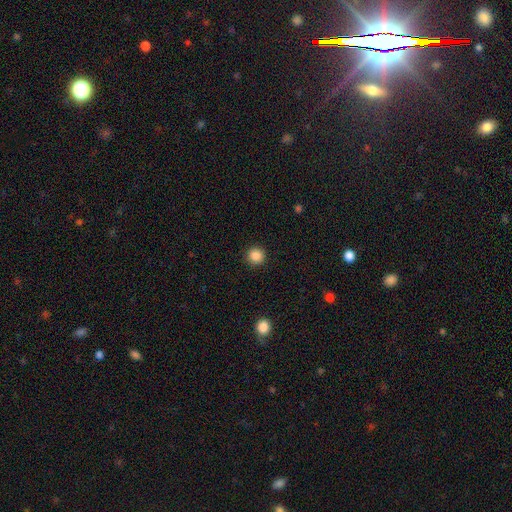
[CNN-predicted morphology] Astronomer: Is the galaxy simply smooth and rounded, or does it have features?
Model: smooth — 87%.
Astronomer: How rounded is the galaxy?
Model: round — 94%.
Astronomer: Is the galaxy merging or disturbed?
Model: none — 92%.